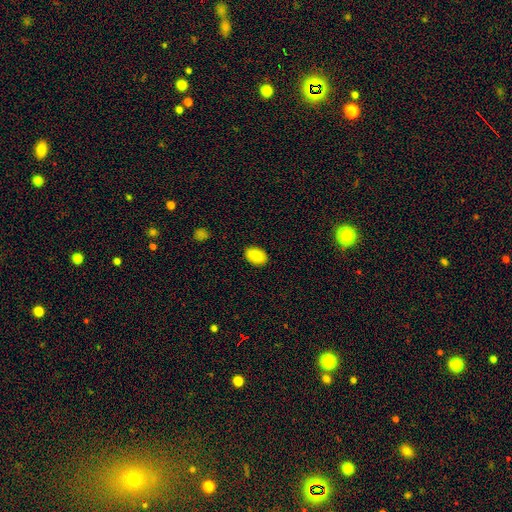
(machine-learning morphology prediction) The model was most divided on "how rounded": in between: 85%, round: 14%, cigar-shaped: 1%. More confident: merging — none (88%); smooth or featured — smooth (88%).